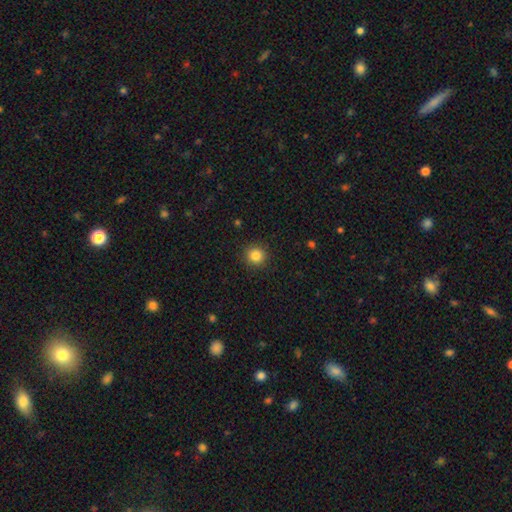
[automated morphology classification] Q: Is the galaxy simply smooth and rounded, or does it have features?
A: smooth — 84%.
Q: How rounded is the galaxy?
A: round — 94%.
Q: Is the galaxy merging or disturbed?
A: none — 92%.